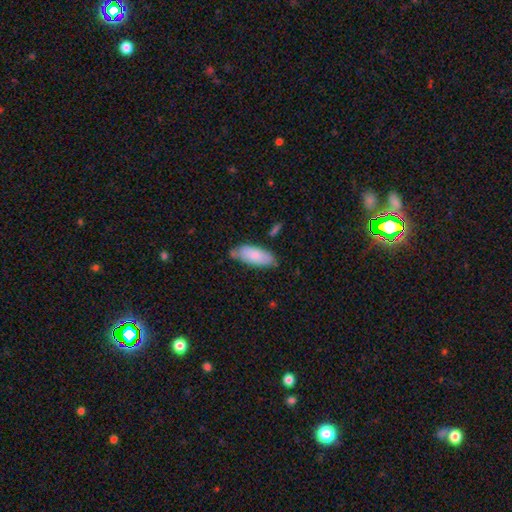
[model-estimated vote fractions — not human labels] Smooth or featured: smooth — 82% (featured or disk — 13%)
How rounded: in between — 81% (cigar-shaped — 17%)
Merging: none — 64% (minor disturbance — 26%)